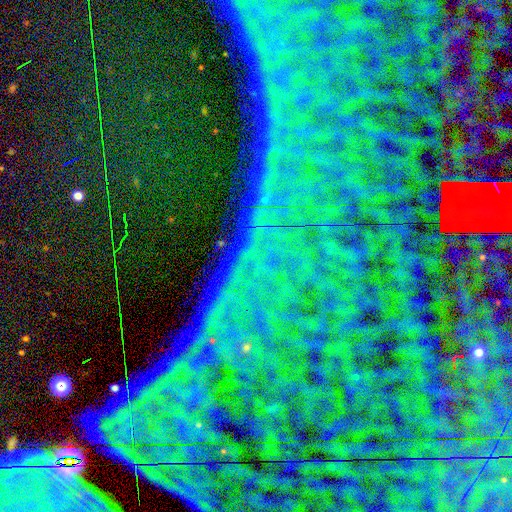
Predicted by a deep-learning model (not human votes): Smooth or featured: star or artifact — 86% (featured or disk — 8%)